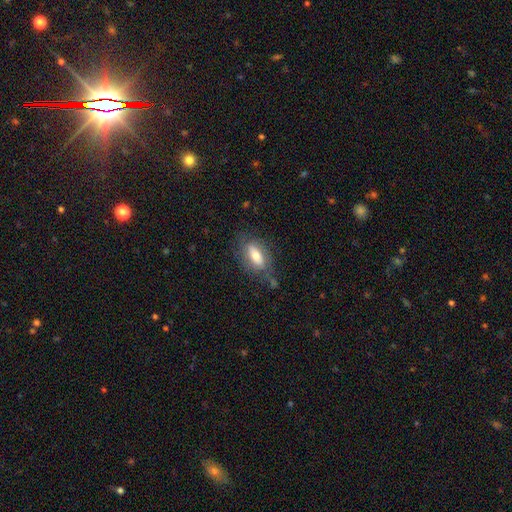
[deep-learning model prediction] Morphology: type=smooth (63%); roundness=in between (83%); merging=none (65%).